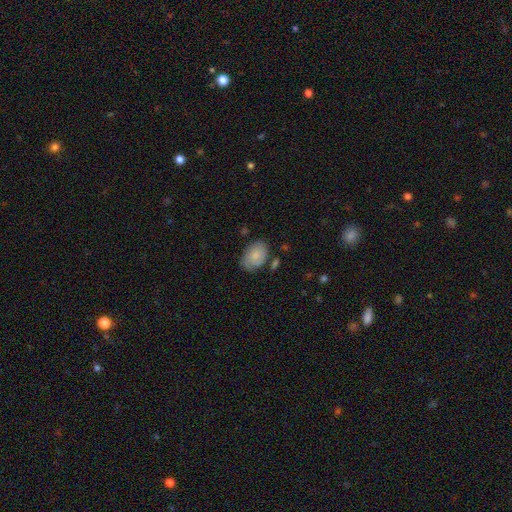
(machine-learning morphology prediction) Smooth or featured? smooth (77%)
How rounded? in between (84%)
Merging? none (66%)